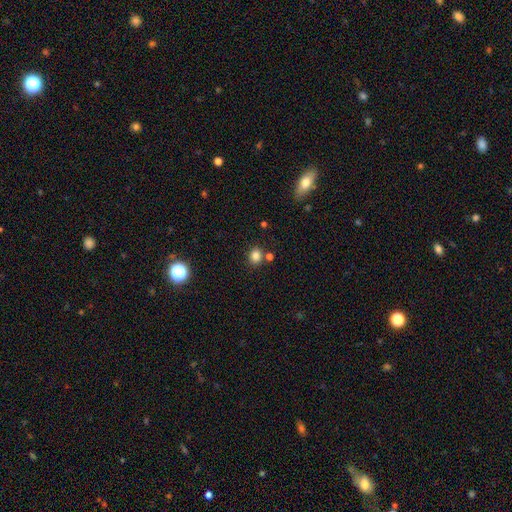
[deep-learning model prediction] Smooth or featured? smooth (82%)
How rounded? round (75%)
Merging? none (77%)